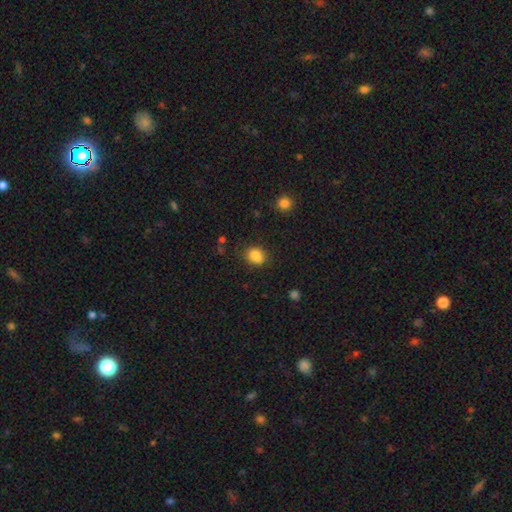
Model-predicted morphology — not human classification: Smooth or featured: smooth — 80% (star or artifact — 11%)
How rounded: in between — 51% (round — 48%)
Merging: none — 59% (minor disturbance — 19%)